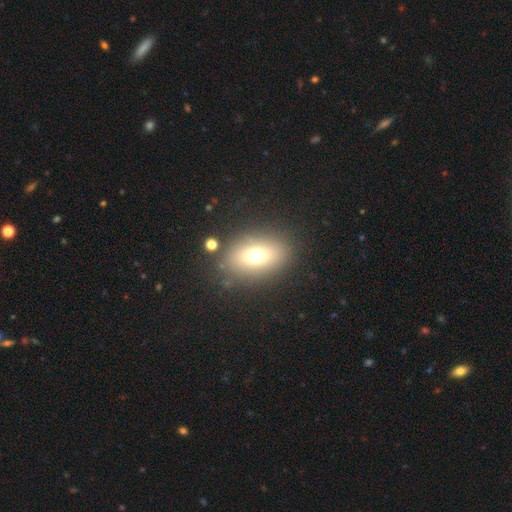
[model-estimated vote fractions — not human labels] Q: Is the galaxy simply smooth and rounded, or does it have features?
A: smooth — 71%.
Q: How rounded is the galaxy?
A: in between — 78%.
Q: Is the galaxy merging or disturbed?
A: none — 82%.